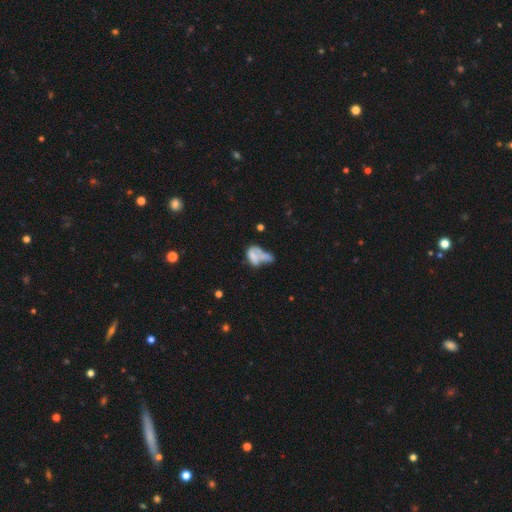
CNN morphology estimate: A smooth galaxy with no disk features (55%) that is in between round and cigar-shaped (85%). Merging: merger (55%).